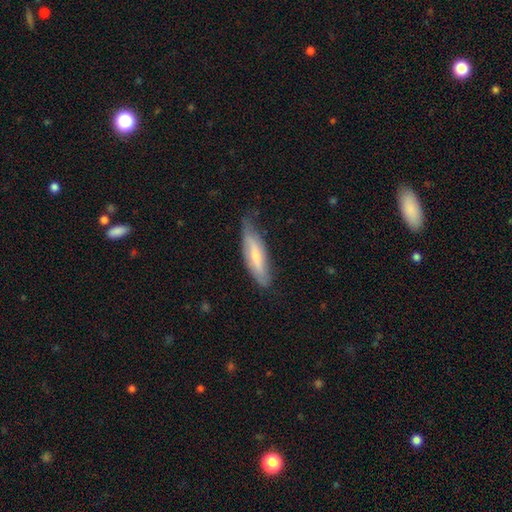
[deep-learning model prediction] A smooth galaxy with no disk features (53%) that is cigar-shaped (57%).

Vote fractions:
- Smooth or featured? smooth: 53% / featured or disk: 41% / star or artifact: 6%
- How rounded? cigar-shaped: 57% / in between: 41% / round: 2%
- Merging? none: 60% / minor disturbance: 32% / major disturbance: 7% / merger: 2%